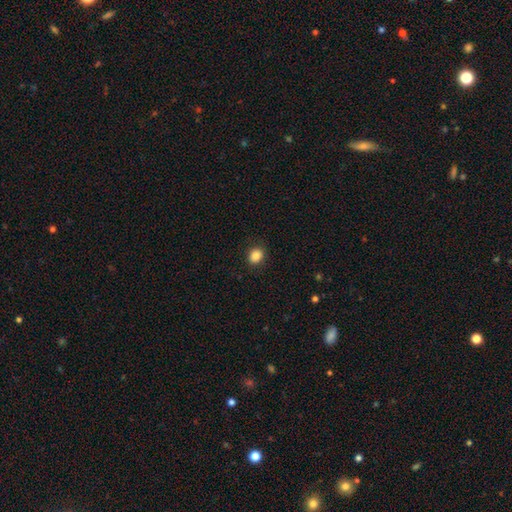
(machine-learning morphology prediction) Q: Smooth or featured?
A: smooth (87%); runner-up: star or artifact (10%)
Q: How rounded?
A: round (62%); runner-up: in between (37%)
Q: Merging?
A: none (89%); runner-up: minor disturbance (8%)